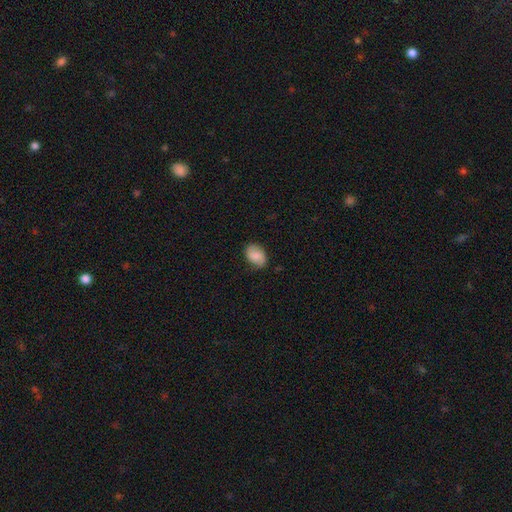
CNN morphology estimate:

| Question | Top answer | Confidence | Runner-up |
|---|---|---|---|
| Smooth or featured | smooth | 76% | featured or disk (17%) |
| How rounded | in between | 79% | round (19%) |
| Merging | none | 80% | minor disturbance (16%) |